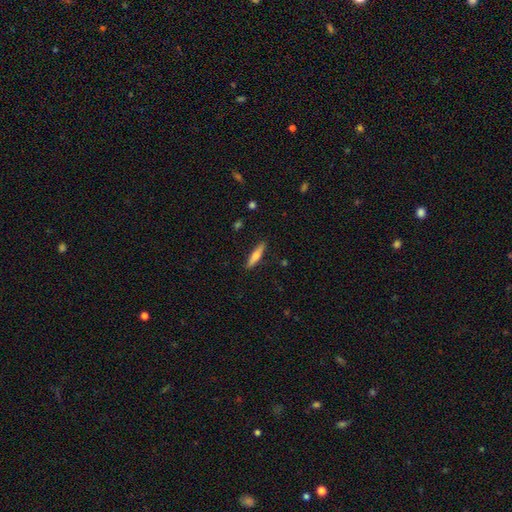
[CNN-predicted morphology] This is likely a smooth galaxy (63%). How rounded: likely cigar-shaped (80%). Merging: clearly none (88%).